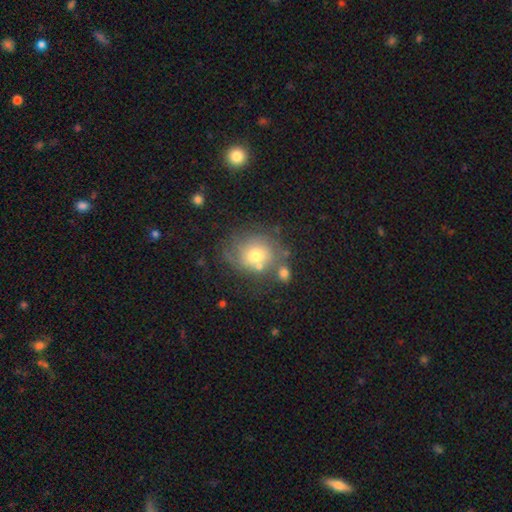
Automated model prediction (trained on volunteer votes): A smooth galaxy with no disk features (62%) that is round (73%). Merging: none (55%).